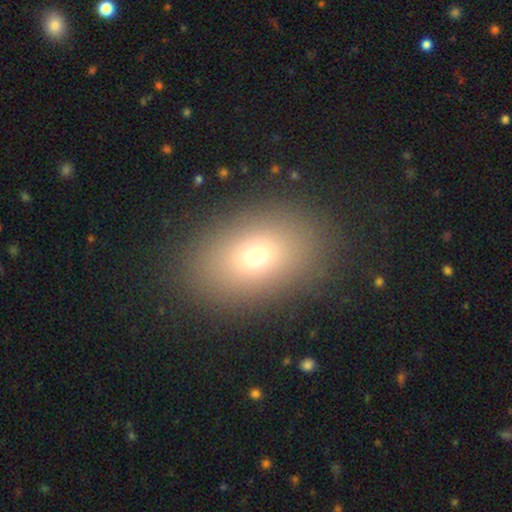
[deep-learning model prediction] smooth_or_featured: smooth (p=0.70) [alt: star or artifact p=0.15]
how_rounded: in between (p=0.78) [alt: round p=0.20]
merging: none (p=0.88) [alt: minor disturbance p=0.07]